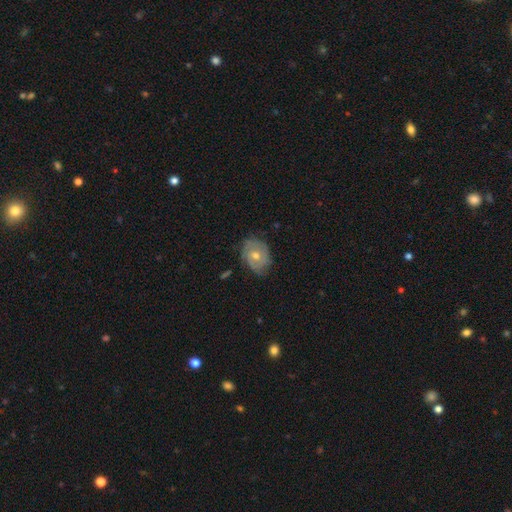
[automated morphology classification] The model was most divided on "spiral arm count": can't tell: 38%, 2: 35%, 3: 14%, 1: 5%, 4: 5%, more than 4: 3%. More confident: edge-on disk — no (96%); spiral arms — yes (82%); bar — no (76%); merging — none (74%); smooth or featured — featured or disk (65%); spiral winding — tight (64%); bulge size — moderate (63%).